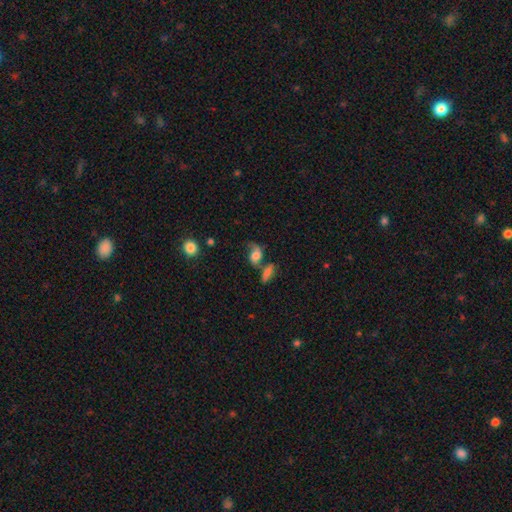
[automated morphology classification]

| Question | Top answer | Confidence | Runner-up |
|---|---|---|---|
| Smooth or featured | smooth | 52% | featured or disk (37%) |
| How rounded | in between | 65% | round (30%) |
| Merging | none | 30% | merger (29%) |